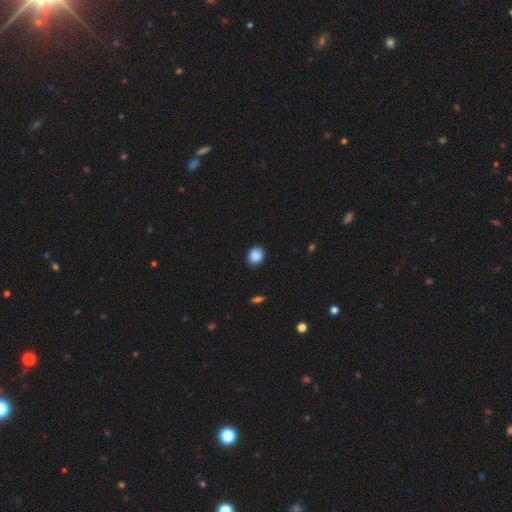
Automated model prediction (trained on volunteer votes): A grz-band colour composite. It shows a smooth galaxy with no disk features (88%) that is round (71%). Merging: none (88%).